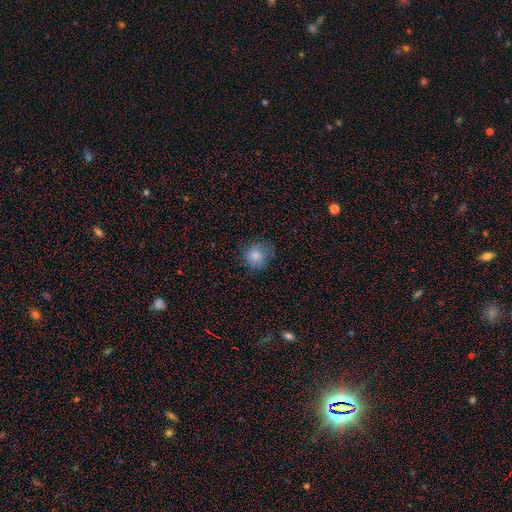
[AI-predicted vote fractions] Smooth or featured?
  - smooth: 82% *
  - star or artifact: 11%
  - featured or disk: 7%
How rounded?
  - round: 85% *
  - in between: 14%
  - cigar-shaped: 1%
Merging?
  - none: 76% *
  - minor disturbance: 18%
  - major disturbance: 5%
  - merger: 1%